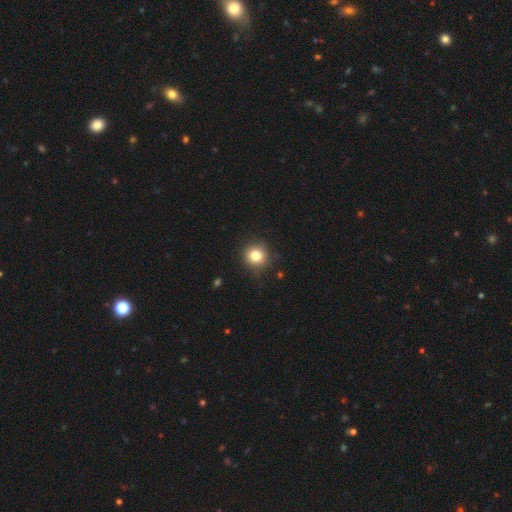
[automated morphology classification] This is clearly a smooth galaxy (81%). How rounded: clearly round (93%). Merging: clearly none (86%).